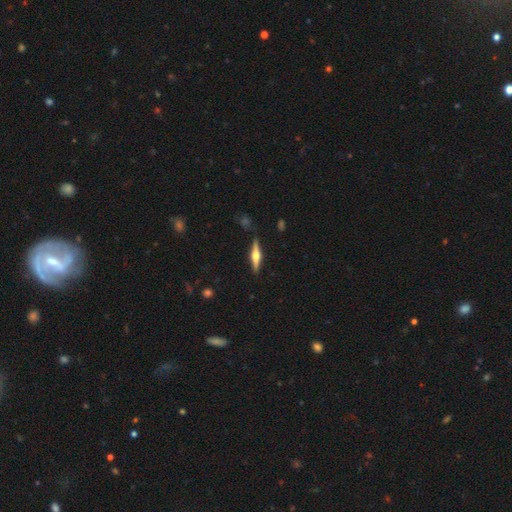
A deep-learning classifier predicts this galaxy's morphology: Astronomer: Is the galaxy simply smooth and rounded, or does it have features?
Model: featured or disk — 75%.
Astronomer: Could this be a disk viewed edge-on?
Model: yes — 98%.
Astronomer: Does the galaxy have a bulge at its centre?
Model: rounded — 94%.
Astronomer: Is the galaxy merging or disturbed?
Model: none — 88%.